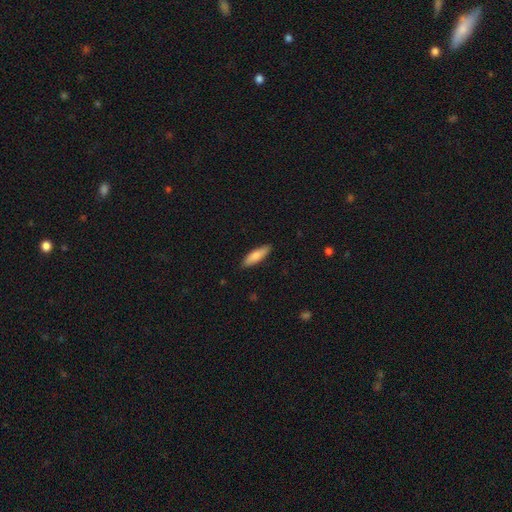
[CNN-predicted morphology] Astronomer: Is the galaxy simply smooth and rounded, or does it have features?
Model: smooth — 81%.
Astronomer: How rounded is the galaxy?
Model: cigar-shaped — 58% (runner-up: in between, 40%).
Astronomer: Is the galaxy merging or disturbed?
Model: none — 88%.